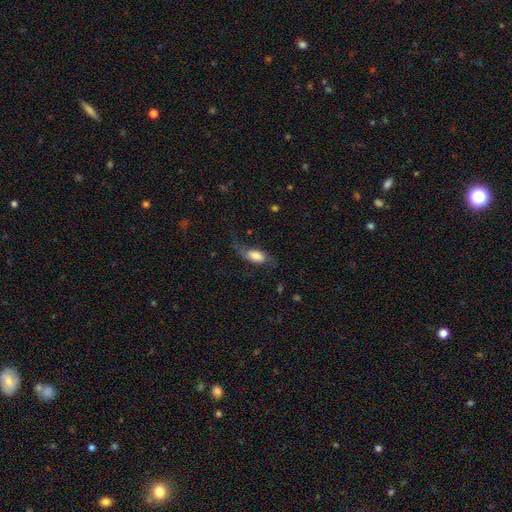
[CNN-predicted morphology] Overall: smooth (52%; featured or disk 40%). How rounded: in between (84%). Merging: none (48%; major disturbance 26%).